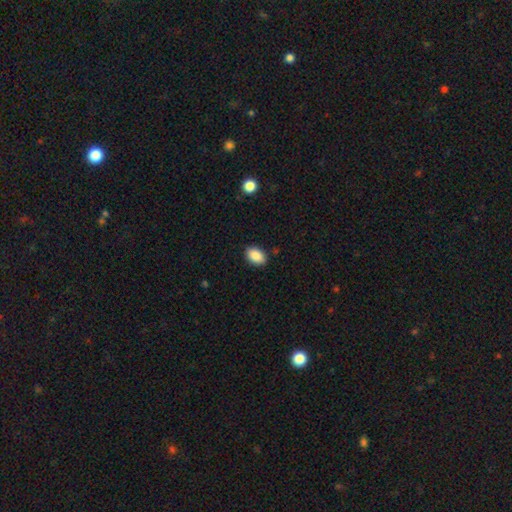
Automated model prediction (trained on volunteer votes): Overall: smooth (89%). How rounded: in between (87%). Merging: none (88%).